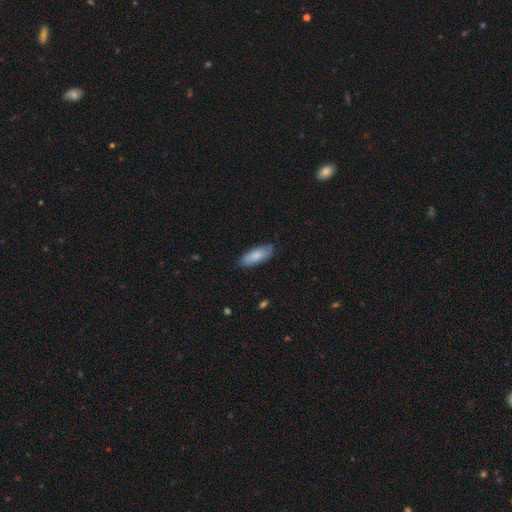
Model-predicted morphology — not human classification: type=smooth (82%); roundness=in between (76%); merging=none (80%).